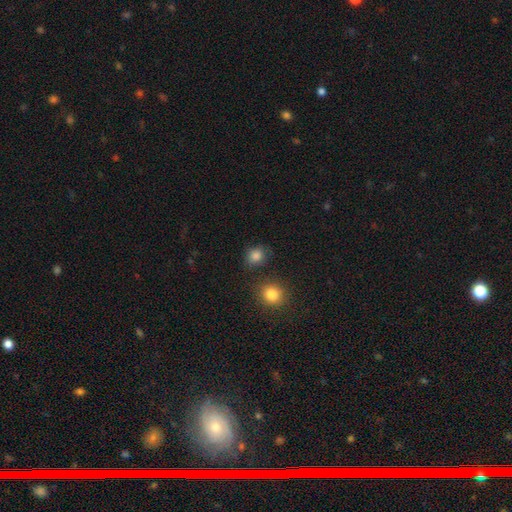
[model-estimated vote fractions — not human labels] A smooth galaxy with no disk features (84%) that is round (74%). Merging: none (75%).